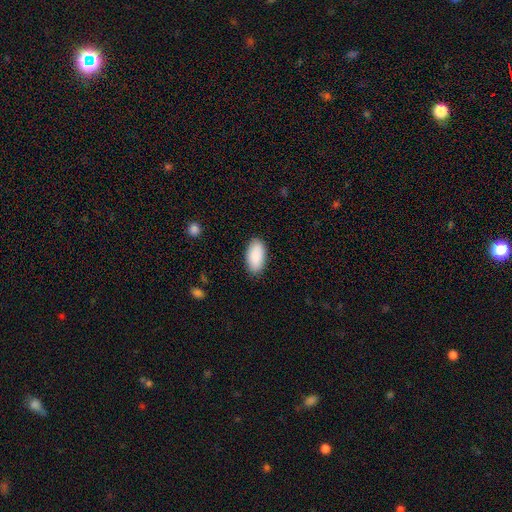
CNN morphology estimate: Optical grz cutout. It shows a smooth galaxy with no disk features (90%) that is in between round and cigar-shaped (95%). Merging: none (87%).